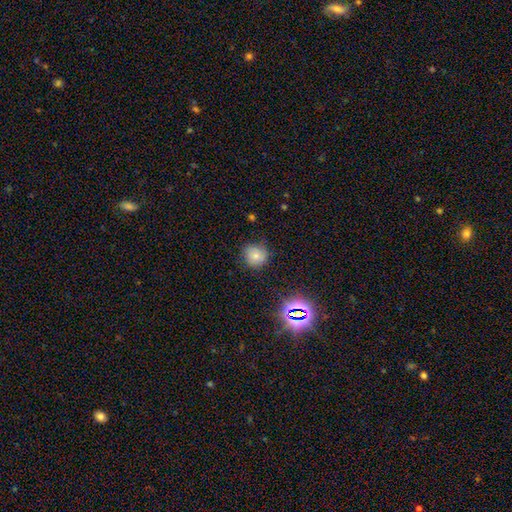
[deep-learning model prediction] smooth 70%, star or artifact 18%, featured or disk 13%. Down the decision tree: how rounded — round (87%); merging — none (75%).